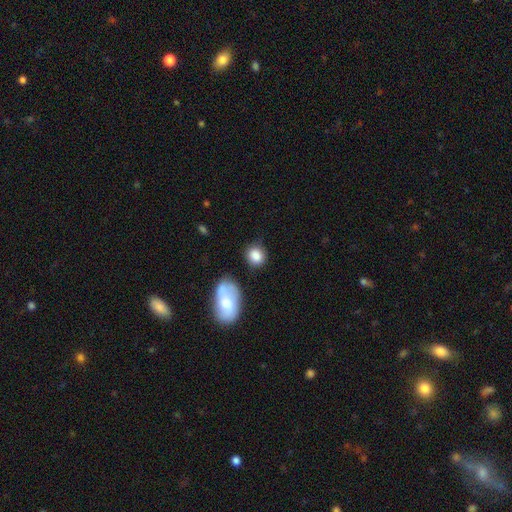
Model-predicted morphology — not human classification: Smooth or featured? smooth (85%)
How rounded? round (72%)
Merging? none (72%)